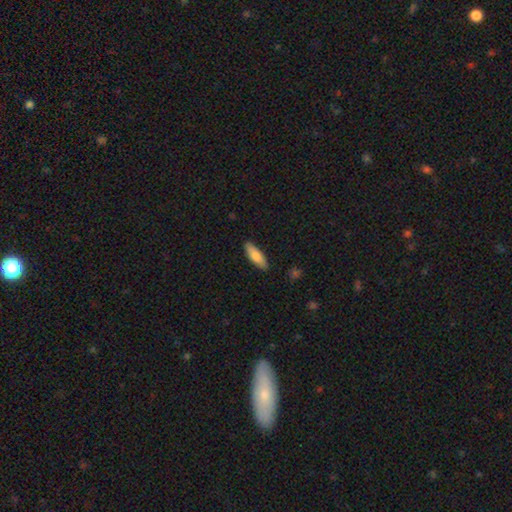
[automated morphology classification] smooth-or-featured: smooth: 79% | featured or disk: 15% | star or artifact: 6%
  how-rounded: in between: 56% | cigar-shaped: 42% | round: 2%
  merging: none: 88% | minor disturbance: 9% | major disturbance: 2% | merger: 1%